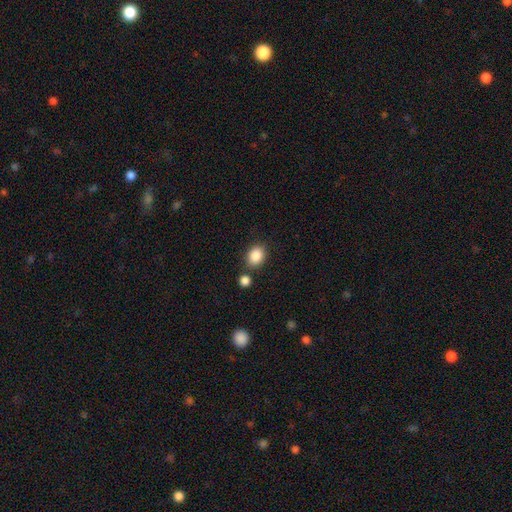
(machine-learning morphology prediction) smooth-or-featured: smooth: 87% | star or artifact: 9% | featured or disk: 4%
  how-rounded: in between: 56% | round: 43% | cigar-shaped: 1%
  merging: none: 75% | minor disturbance: 11% | merger: 10% | major disturbance: 3%